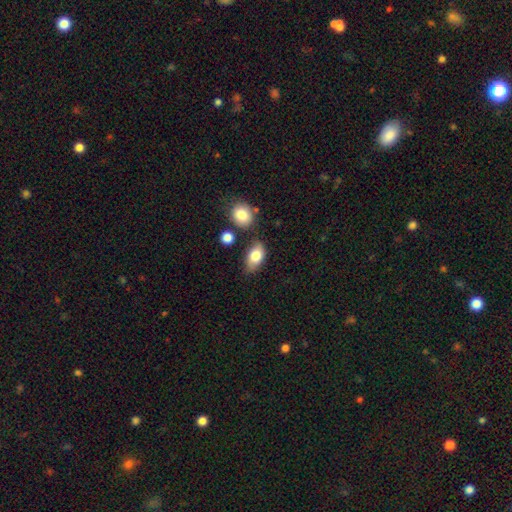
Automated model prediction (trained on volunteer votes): smooth 79%, featured or disk 13%, star or artifact 7%. Down the decision tree: how rounded — in between (89%); merging — none (71%).